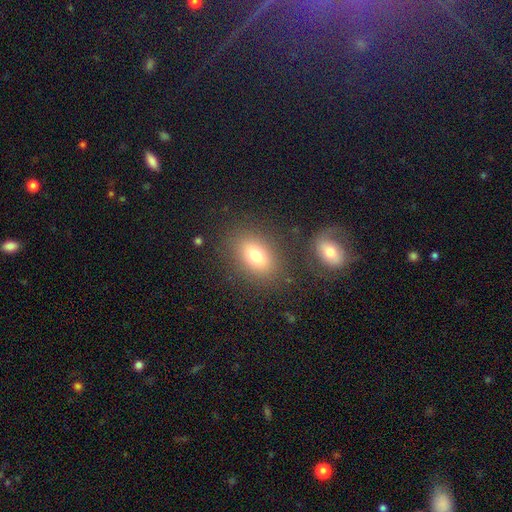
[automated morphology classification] A smooth galaxy with no disk features (76%) that is in between round and cigar-shaped (79%).

Vote fractions:
- Smooth or featured? smooth: 76% / featured or disk: 13% / star or artifact: 11%
- How rounded? in between: 79% / round: 19% / cigar-shaped: 2%
- Merging? none: 81% / minor disturbance: 10% / merger: 4% / major disturbance: 4%